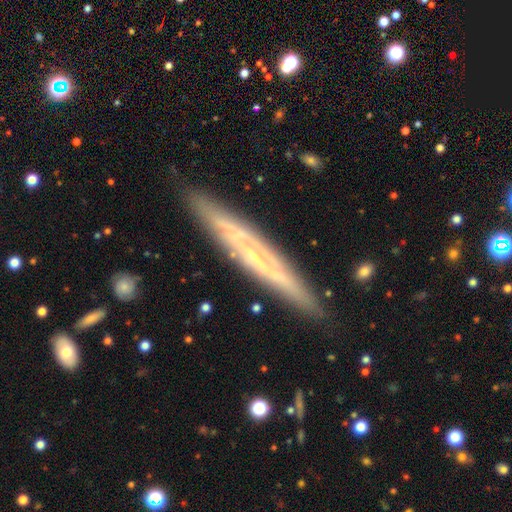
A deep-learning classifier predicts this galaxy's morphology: Overall: featured or disk (68%). Edge-on disk: yes (88%). Edge-on bulge: none (67%; rounded 27%). Merging: none (87%).